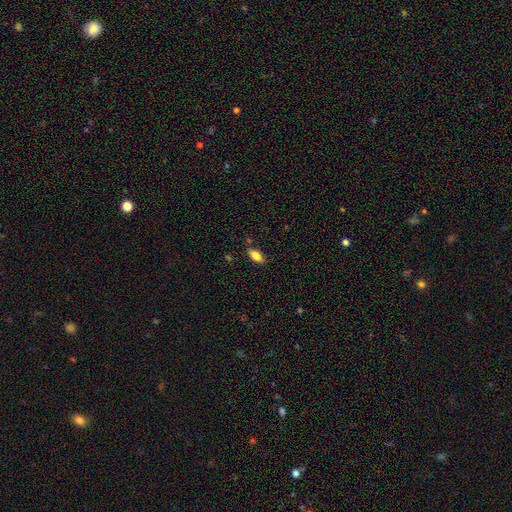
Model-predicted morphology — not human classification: This is clearly a smooth galaxy (80%). How rounded: clearly in between (85%). Merging: clearly none (82%).